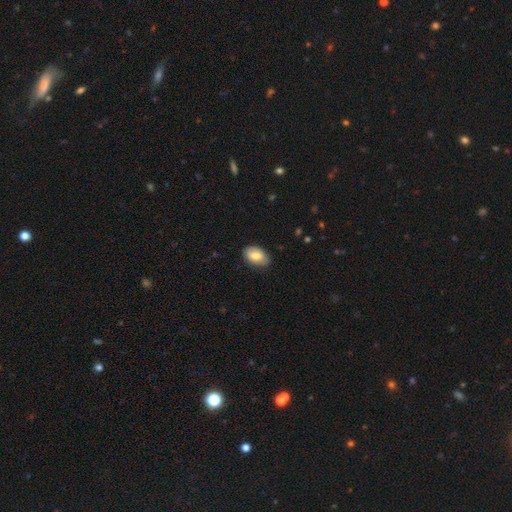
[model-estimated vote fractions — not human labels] Q: Smooth or featured?
A: smooth (77%); runner-up: featured or disk (17%)
Q: How rounded?
A: in between (91%); runner-up: round (8%)
Q: Merging?
A: none (83%); runner-up: minor disturbance (14%)